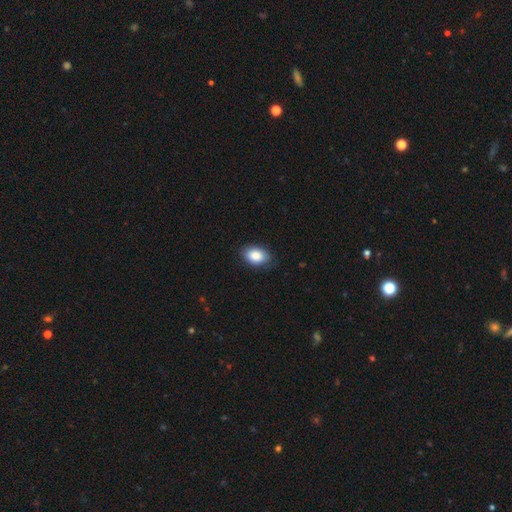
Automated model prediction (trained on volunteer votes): This is clearly a smooth galaxy (87%). How rounded: clearly in between (86%). Merging: clearly none (83%).